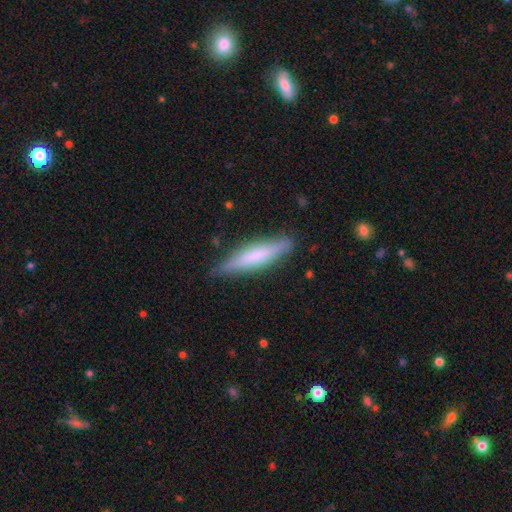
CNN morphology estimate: smooth_or_featured: smooth (p=0.56) [alt: featured or disk p=0.37]
how_rounded: cigar-shaped (p=0.84) [alt: in between p=0.15]
merging: none (p=0.83) [alt: minor disturbance p=0.13]